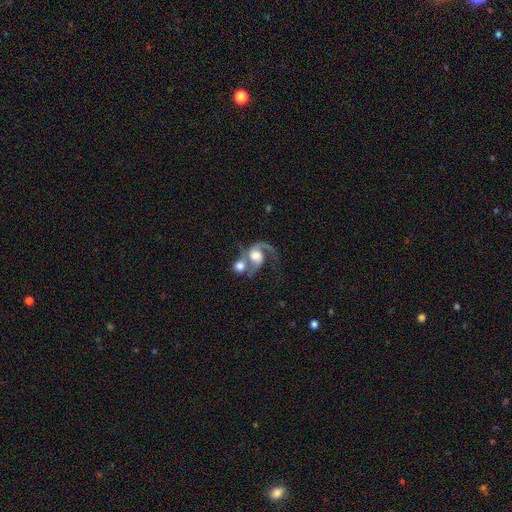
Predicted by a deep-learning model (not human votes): A featured or disk galaxy (76%) with no bar (63%), 2 (67%) loose (55%) spiral arms (93%) and a large central bulge (41%).

Vote fractions:
- Smooth or featured? featured or disk: 76% / smooth: 17% / star or artifact: 7%
- Edge-on disk? no: 97% / yes: 3%
- Bar? no: 63% / weak: 29% / strong: 9%
- Spiral arms? yes: 93% / no: 7%
- Spiral winding? loose: 55% / medium: 37% / tight: 9%
- Spiral arm count? 2: 67% / 1: 27% / can't tell: 3% / 3: 1% / 4: 1% / more than 4: 1%
- Bulge size? large: 41% / moderate: 36% / small: 9% / dominant: 8% / none: 6%
- Merging? merger: 61% / none: 18% / major disturbance: 13% / minor disturbance: 8%